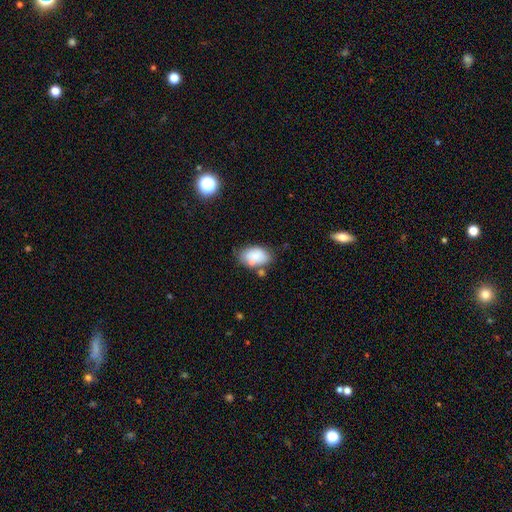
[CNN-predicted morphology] type=smooth (76%); roundness=in between (90%); merging=none (56%).